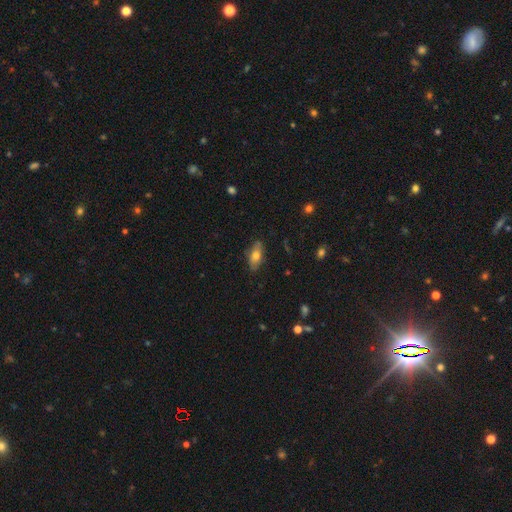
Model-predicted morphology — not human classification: Q: Smooth or featured?
A: smooth (66%); runner-up: featured or disk (26%)
Q: How rounded?
A: in between (80%); runner-up: cigar-shaped (16%)
Q: Merging?
A: none (82%); runner-up: minor disturbance (14%)